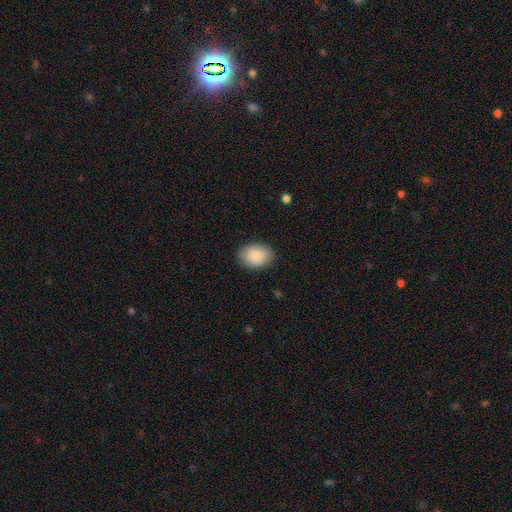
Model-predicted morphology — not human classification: smooth 88%, star or artifact 6%, featured or disk 6%. Down the decision tree: how rounded — in between (75%); merging — none (85%).